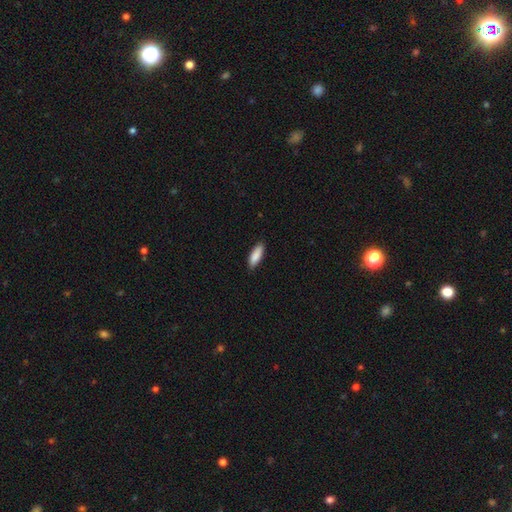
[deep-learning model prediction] Smooth or featured: smooth — 88% (featured or disk — 6%)
How rounded: in between — 62% (cigar-shaped — 36%)
Merging: none — 86% (minor disturbance — 12%)